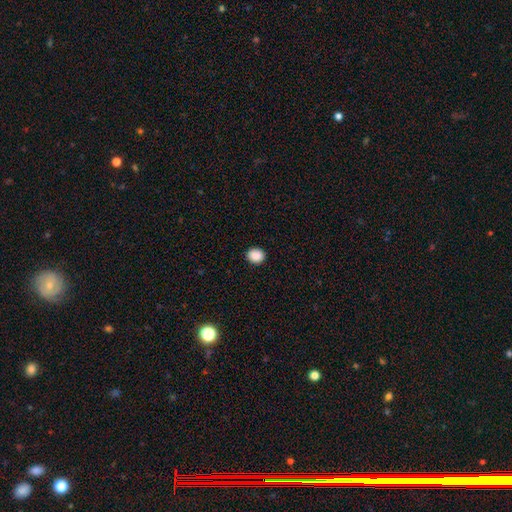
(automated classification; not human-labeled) The model was most divided on "how rounded": round: 76%, in between: 23%, cigar-shaped: 1%. More confident: merging — none (92%); smooth or featured — smooth (89%).